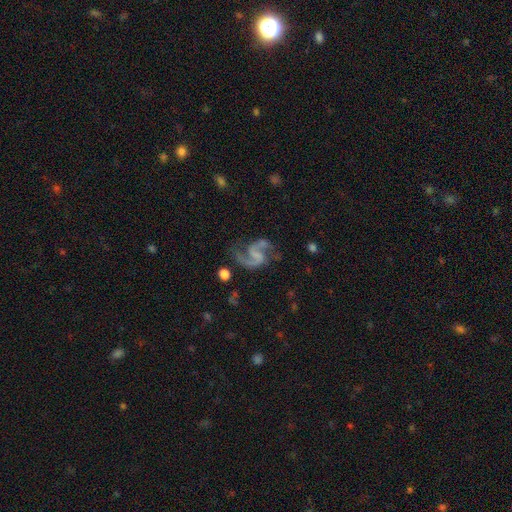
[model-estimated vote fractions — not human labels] Overall: featured or disk (90%). Edge-on disk: no (99%). Bar: weak (45%; no 34%). Spiral arms: yes (97%). Spiral arm count: 2 (93%). Spiral winding: medium (50%; loose 41%). Bulge size: none (63%; small 24%). Merging: none (69%).